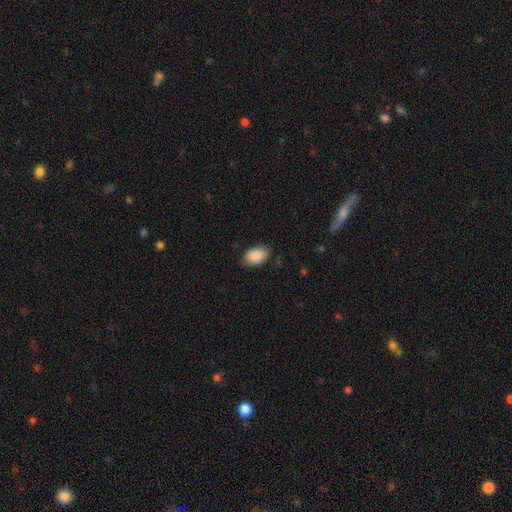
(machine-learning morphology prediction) smooth 90%, star or artifact 7%, featured or disk 4%. Down the decision tree: how rounded — in between (90%); merging — none (82%).